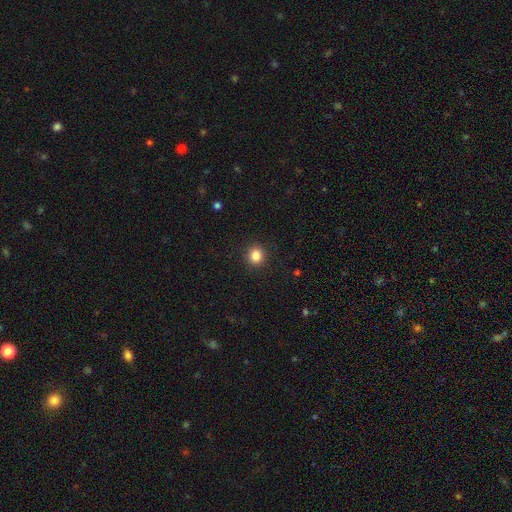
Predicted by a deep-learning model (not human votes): Smooth or featured? smooth (84%)
How rounded? round (90%)
Merging? none (92%)